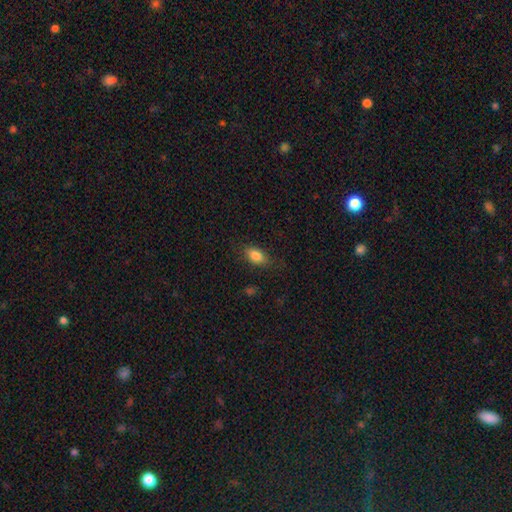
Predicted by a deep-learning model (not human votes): Overall: smooth (83%). How rounded: in between (86%). Merging: none (81%).